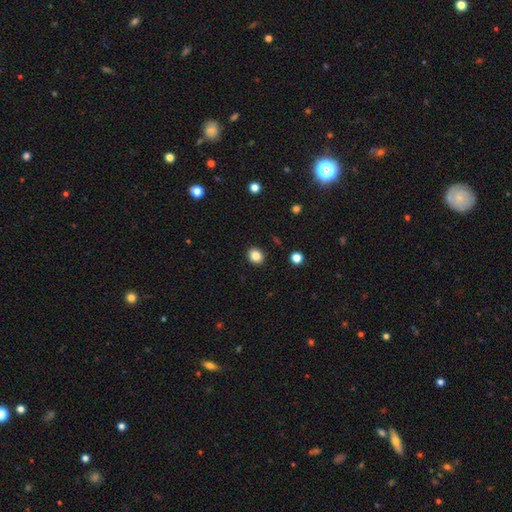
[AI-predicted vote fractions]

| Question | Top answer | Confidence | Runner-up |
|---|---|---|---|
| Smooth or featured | smooth | 84% | star or artifact (10%) |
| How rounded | round | 67% | in between (32%) |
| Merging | none | 91% | minor disturbance (6%) |